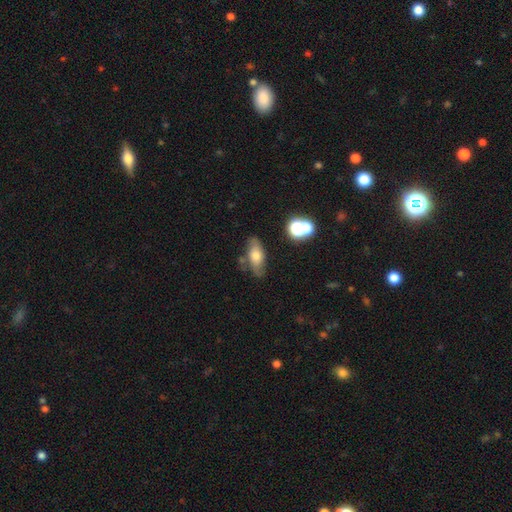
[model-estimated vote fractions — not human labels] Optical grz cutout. It shows a smooth galaxy with no disk features (58%) that is in between round and cigar-shaped (78%). Merging: none (69%).